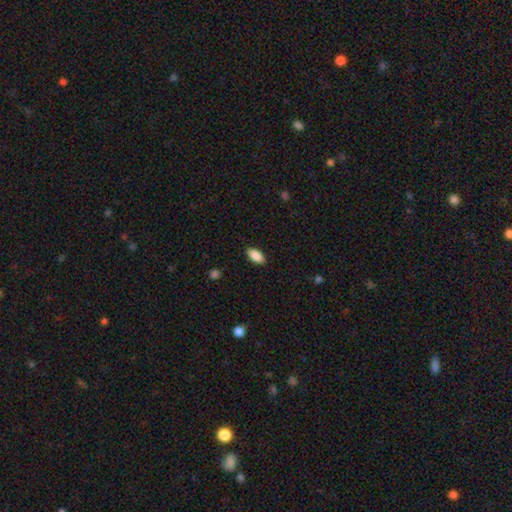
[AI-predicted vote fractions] A smooth galaxy with no disk features (88%) that is in between round and cigar-shaped (90%). Merging: none (88%).